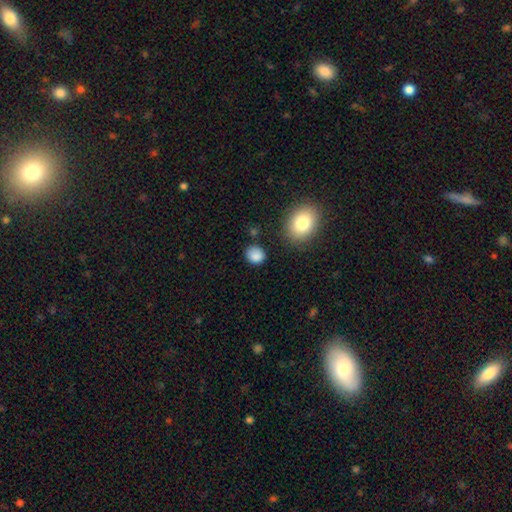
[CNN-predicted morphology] This appears to be a smooth galaxy with no disk features (86%) that is round (67%). Merging: none (79%).